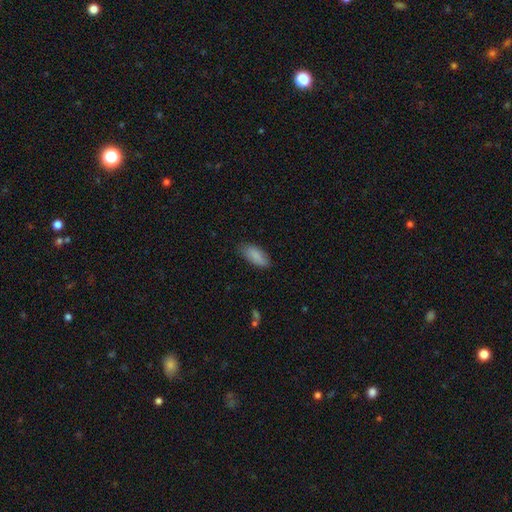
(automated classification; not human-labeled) Overall: smooth (87%). How rounded: in between (86%). Merging: none (80%).